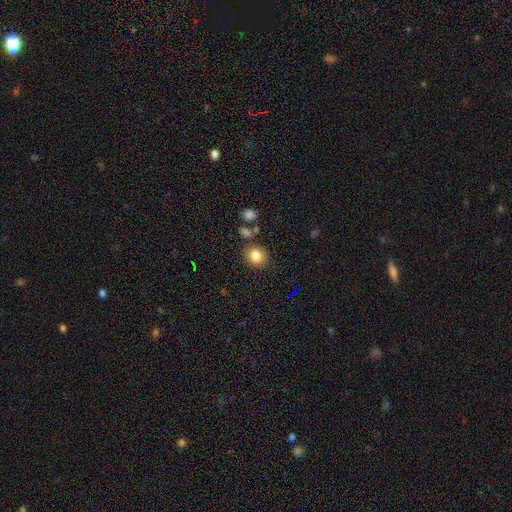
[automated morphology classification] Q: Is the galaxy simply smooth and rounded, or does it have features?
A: smooth — 81%.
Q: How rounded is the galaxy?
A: round — 67%.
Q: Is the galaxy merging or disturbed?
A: none — 78%.